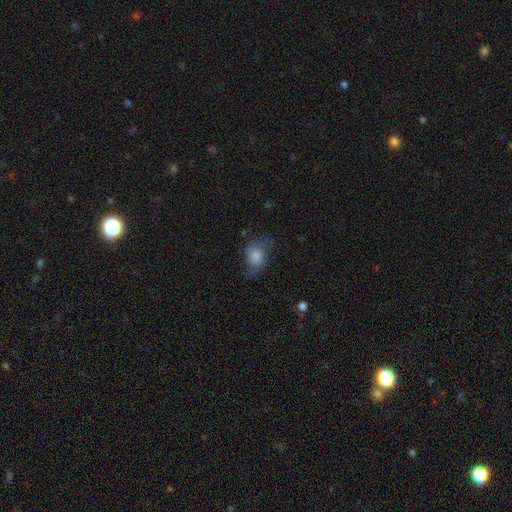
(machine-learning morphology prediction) type=smooth (64%); roundness=in between (57%); merging=none (57%).